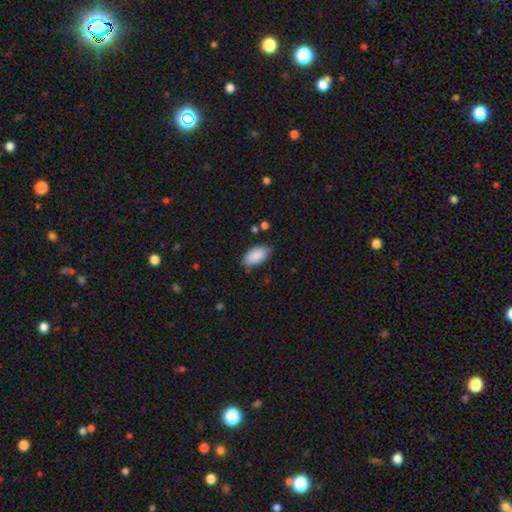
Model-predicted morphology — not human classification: type=smooth (89%); roundness=in between (94%); merging=none (80%).